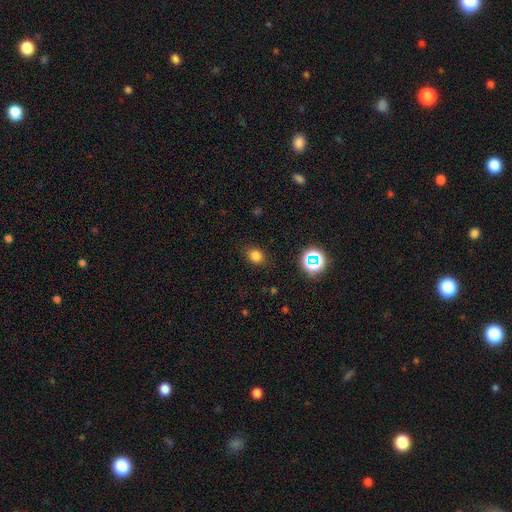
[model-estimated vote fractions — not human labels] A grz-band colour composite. It shows a smooth galaxy with no disk features (78%) that is round (56%). Merging: none (83%).